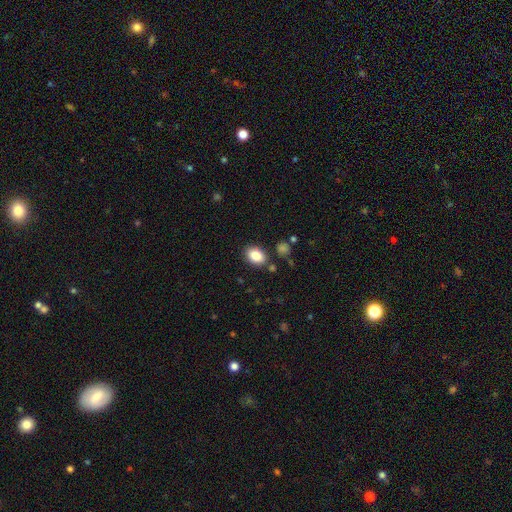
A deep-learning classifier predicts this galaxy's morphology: The model was most divided on "how rounded": in between: 78%, round: 21%, cigar-shaped: 1%. More confident: smooth or featured — smooth (85%); merging — none (83%).